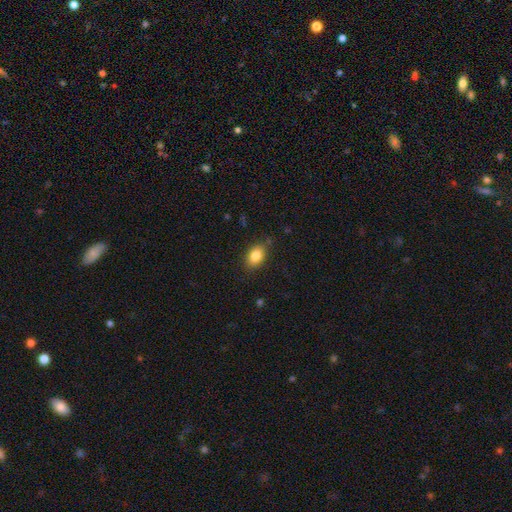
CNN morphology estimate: Smooth or featured? smooth (85%)
How rounded? in between (83%)
Merging? none (83%)